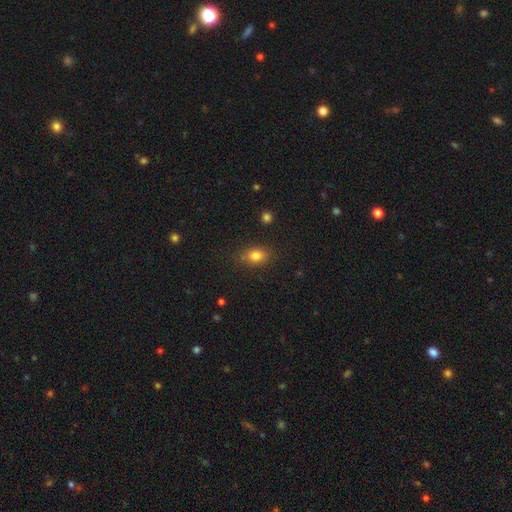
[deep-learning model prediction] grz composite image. It shows a smooth galaxy with no disk features (80%) that is in between round and cigar-shaped (64%). Merging: none (79%).